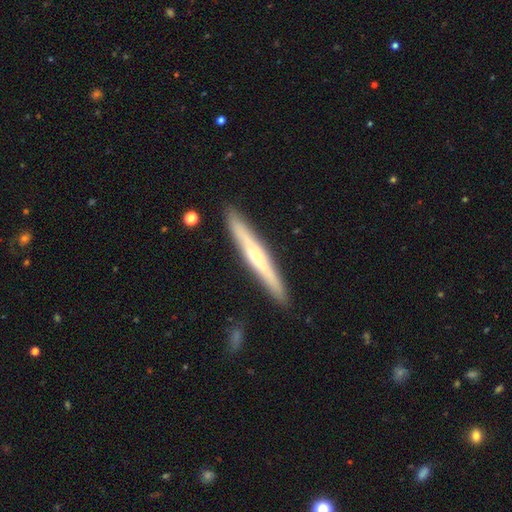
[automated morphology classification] This is likely a featured or disk galaxy (61%). It is clearly viewed edge-on (94%). Edge-on bulge: likely rounded (67%). Merging: clearly none (90%).